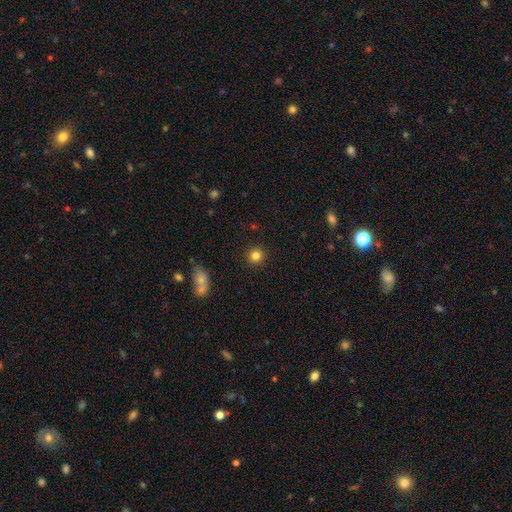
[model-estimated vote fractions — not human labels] Smooth or featured? Predicted: smooth (p=0.82). How rounded? Predicted: round (p=0.93). Merging? Predicted: none (p=0.91).